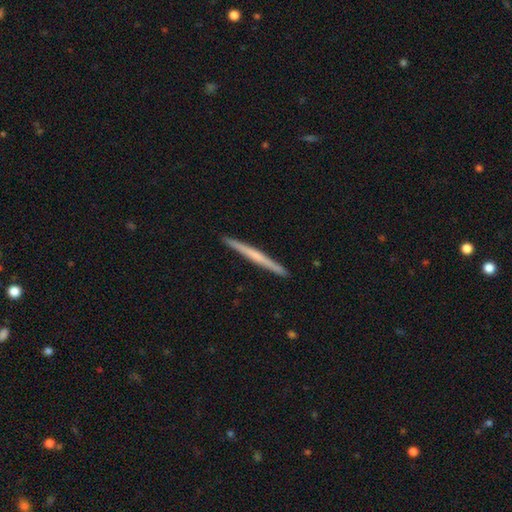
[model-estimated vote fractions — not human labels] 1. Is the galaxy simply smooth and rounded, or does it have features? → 55% featured or disk, 39% smooth, 5% star or artifact.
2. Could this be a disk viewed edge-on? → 98% yes, 2% no.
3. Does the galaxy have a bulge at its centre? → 68% none, 25% rounded, 7% boxy.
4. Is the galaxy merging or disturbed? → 93% none, 5% minor disturbance, 1% major disturbance, 1% merger.